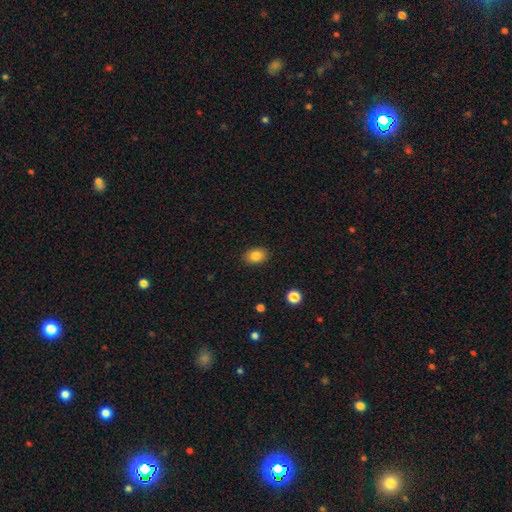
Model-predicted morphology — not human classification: This appears to be a smooth galaxy with no disk features (84%) that is in between round and cigar-shaped (74%). Merging: none (88%).